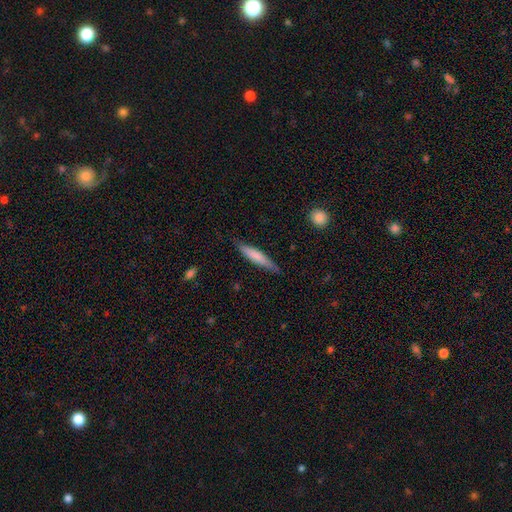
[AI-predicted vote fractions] smooth 71%, featured or disk 23%, star or artifact 5%. Down the decision tree: how rounded — cigar-shaped (90%); merging — none (82%).